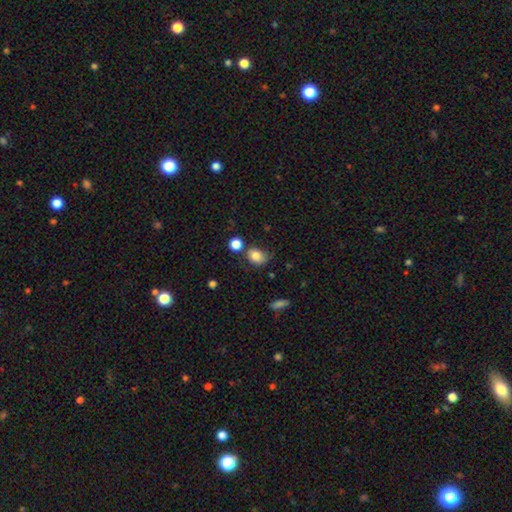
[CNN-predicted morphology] This appears to be a smooth galaxy with no disk features (79%) that is in between round and cigar-shaped (54%). Merging: none (52%).